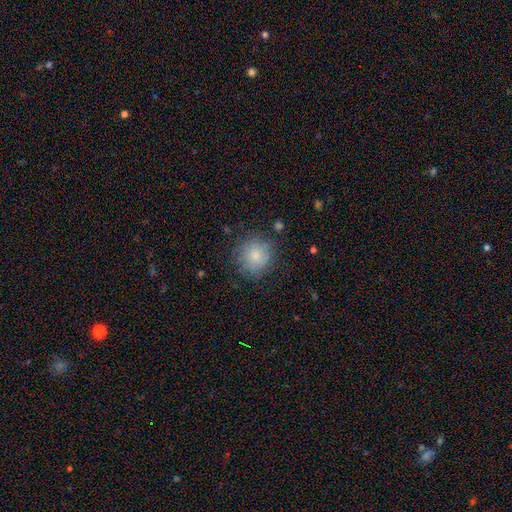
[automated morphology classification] Smooth or featured: smooth — 79% (featured or disk — 12%)
How rounded: round — 89% (in between — 10%)
Merging: none — 76% (minor disturbance — 17%)